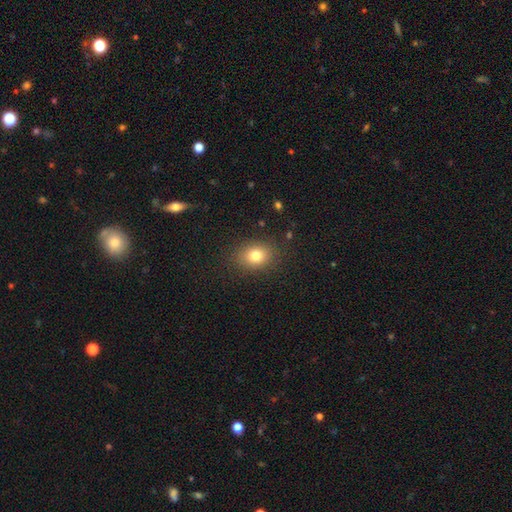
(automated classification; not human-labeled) Smooth or featured? smooth (79%)
How rounded? in between (58%)
Merging? none (86%)